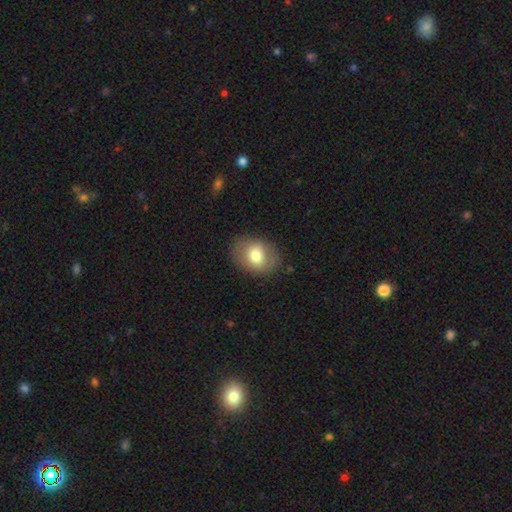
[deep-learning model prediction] The model was most divided on "how rounded": in between: 65%, round: 34%, cigar-shaped: 1%. More confident: merging — none (81%); smooth or featured — smooth (71%).